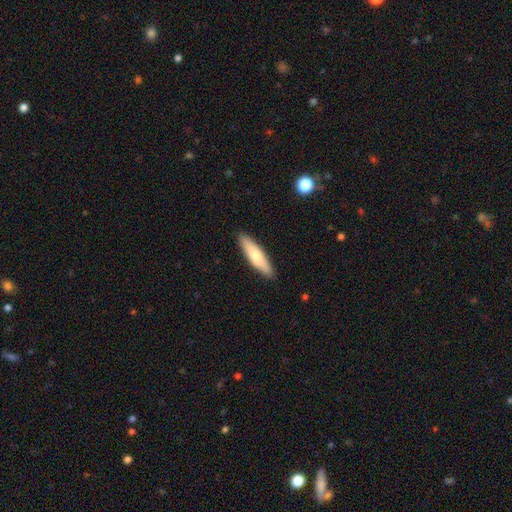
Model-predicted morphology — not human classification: Smooth or featured? smooth (74%)
How rounded? cigar-shaped (71%)
Merging? none (89%)